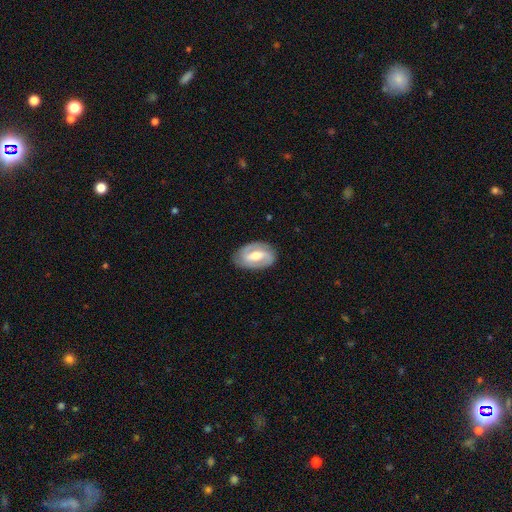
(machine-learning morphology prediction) Overall: featured or disk (75%). Edge-on disk: no (95%). Bar: weak (42%; strong 40%). Spiral arms: yes (87%). Spiral arm count: 2 (87%). Spiral winding: medium (44%; tight 38%). Bulge size: moderate (63%). Merging: none (84%).